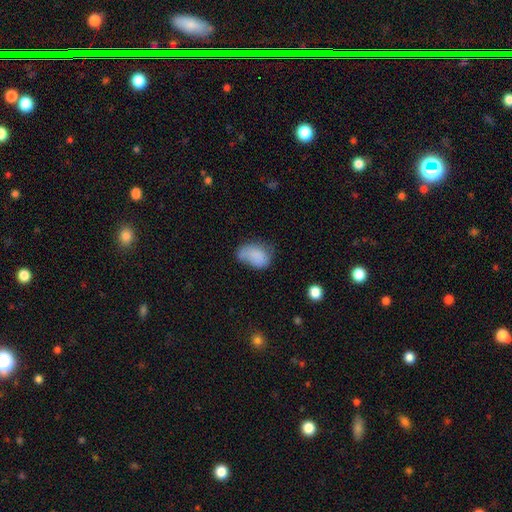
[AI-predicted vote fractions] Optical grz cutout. It shows a smooth galaxy with no disk features (79%) that is in between round and cigar-shaped (86%). Merging: none (39%).